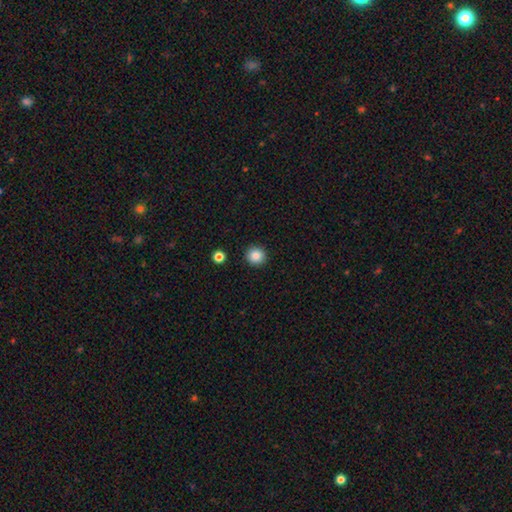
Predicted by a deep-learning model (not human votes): Smooth or featured: smooth — 86% (star or artifact — 10%)
How rounded: round — 95% (in between — 4%)
Merging: none — 92% (minor disturbance — 4%)